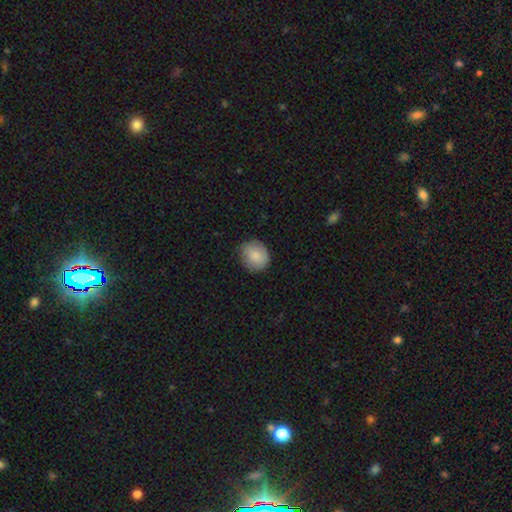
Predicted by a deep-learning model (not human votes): Morphology: type=smooth (84%); roundness=round (71%); merging=none (77%).